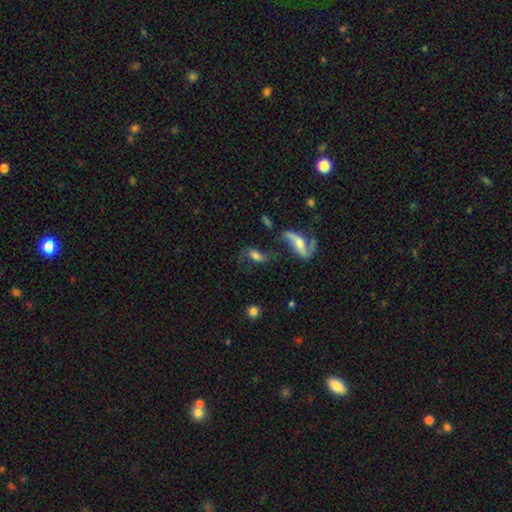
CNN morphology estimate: smooth-or-featured: smooth: 44% | featured or disk: 43% | star or artifact: 13%
  merging: none: 39% | major disturbance: 22% | merger: 21% | minor disturbance: 18%